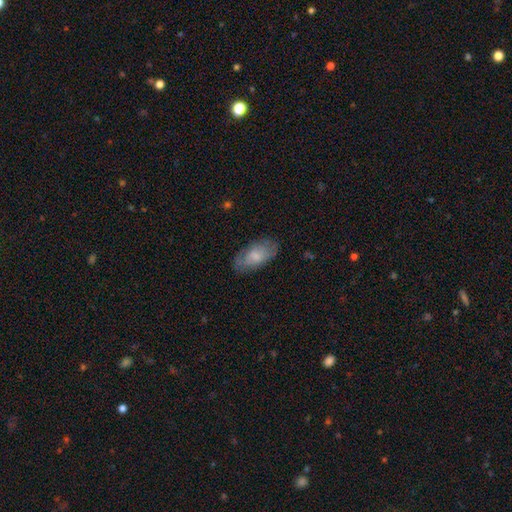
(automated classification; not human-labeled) smooth-or-featured: smooth: 65% | featured or disk: 29% | star or artifact: 7%
  how-rounded: in between: 92% | cigar-shaped: 5% | round: 3%
  merging: none: 74% | minor disturbance: 19% | major disturbance: 6% | merger: 1%